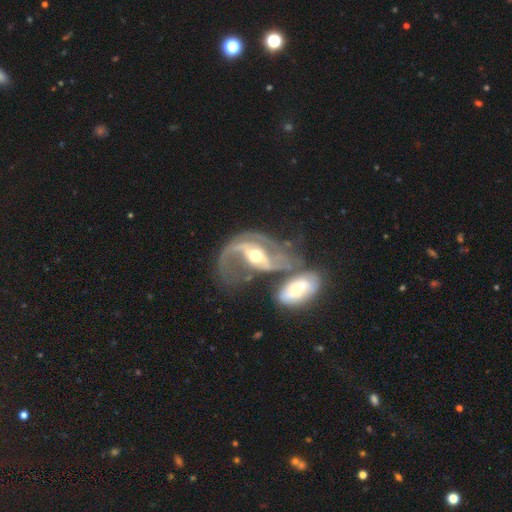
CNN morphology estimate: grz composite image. It shows a featured or disk galaxy (84%) with a strong bar (38%), 2 (63%) loose (49%) spiral arms (89%) and a moderate central bulge (67%). Merging: merger (50%).